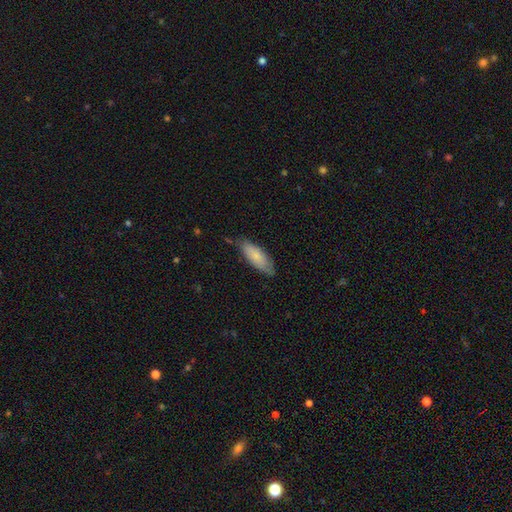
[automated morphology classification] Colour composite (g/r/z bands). It shows a smooth galaxy with no disk features (78%) that is in between round and cigar-shaped (66%). Merging: none (71%).